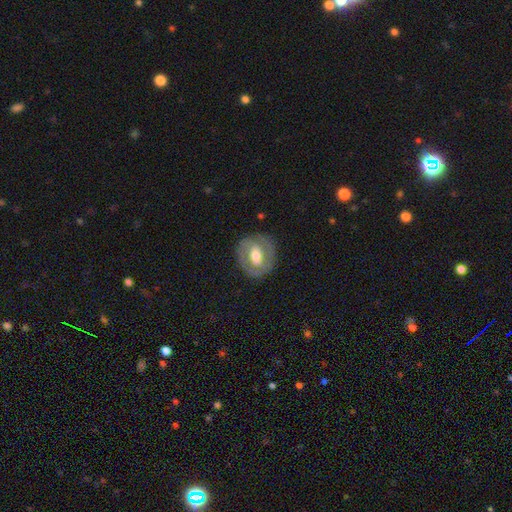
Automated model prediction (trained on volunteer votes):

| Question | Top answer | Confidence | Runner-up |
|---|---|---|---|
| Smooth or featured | featured or disk | 57% | smooth (38%) |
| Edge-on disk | no | 94% | yes (6%) |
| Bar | weak | 36% | tied: no (36%) |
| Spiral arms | no | 68% | yes (32%) |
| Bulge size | moderate | 63% | large (19%) |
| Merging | none | 80% | minor disturbance (13%) |